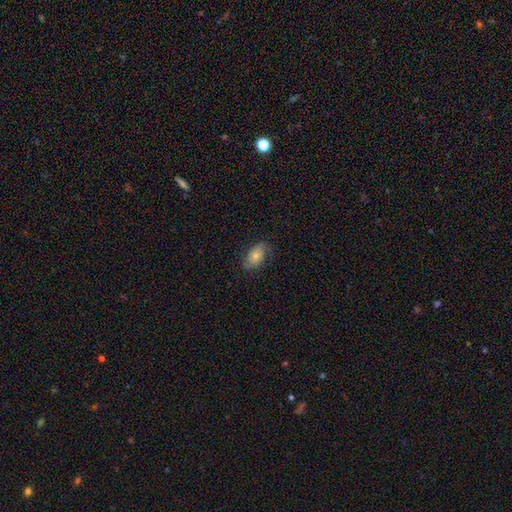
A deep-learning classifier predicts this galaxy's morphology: Smooth or featured: smooth — 52% (featured or disk — 40%)
How rounded: in between — 88% (round — 10%)
Merging: none — 71% (minor disturbance — 20%)